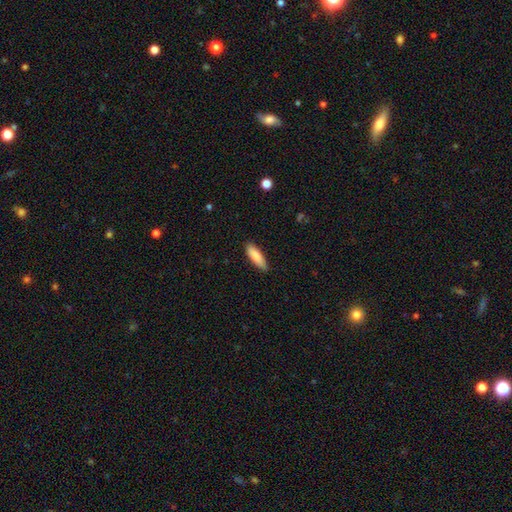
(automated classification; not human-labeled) A smooth galaxy with no disk features (86%) that is cigar-shaped (52%).

Vote fractions:
- Smooth or featured? smooth: 86% / featured or disk: 8% / star or artifact: 6%
- How rounded? cigar-shaped: 52% / in between: 46% / round: 2%
- Merging? none: 84% / minor disturbance: 13% / major disturbance: 2% / merger: 1%